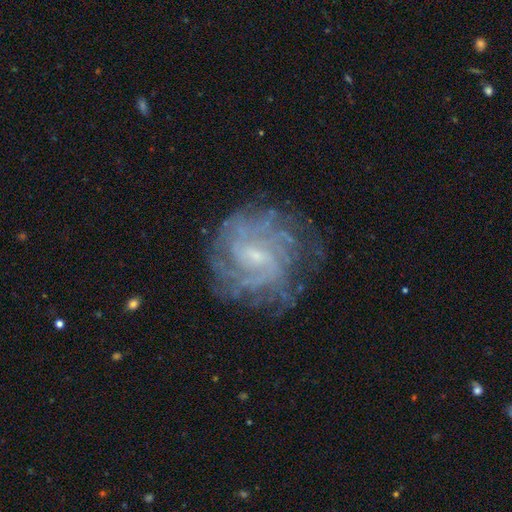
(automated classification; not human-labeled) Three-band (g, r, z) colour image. It shows a featured or disk galaxy (84%) with a weak bar (57%), tight (61%) spiral arms (93%) and a small central bulge (73%). Merging: none (74%).